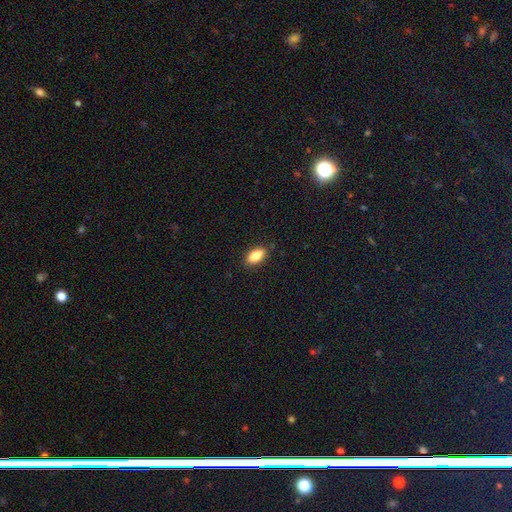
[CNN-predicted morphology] Q: Smooth or featured?
A: smooth (84%); runner-up: featured or disk (8%)
Q: How rounded?
A: in between (89%); runner-up: cigar-shaped (7%)
Q: Merging?
A: none (88%); runner-up: minor disturbance (9%)